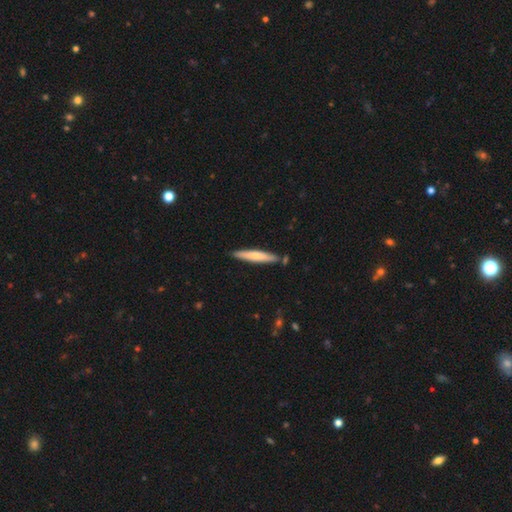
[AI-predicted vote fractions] smooth_or_featured: smooth (p=0.65) [alt: featured or disk p=0.30]
how_rounded: cigar-shaped (p=0.93) [alt: in between p=0.06]
merging: none (p=0.83) [alt: minor disturbance p=0.11]